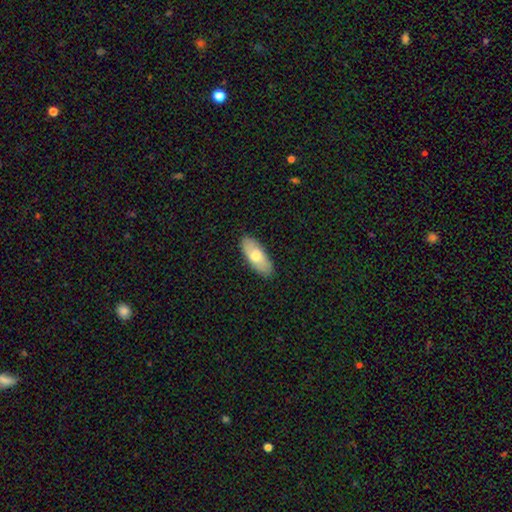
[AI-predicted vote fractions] Overall: smooth (70%). How rounded: in between (82%). Merging: none (87%).